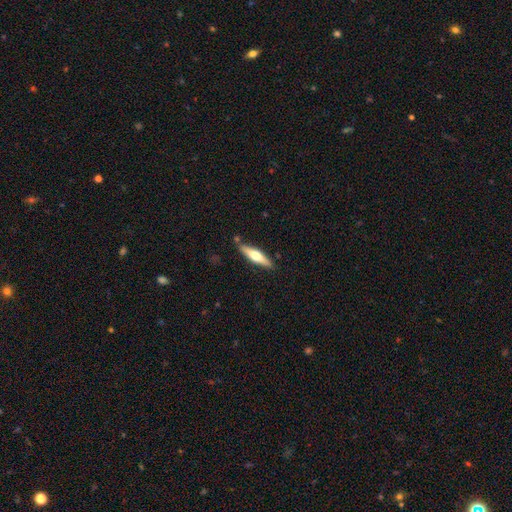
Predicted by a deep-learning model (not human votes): smooth_or_featured: featured or disk (p=0.48) [alt: smooth p=0.47]
merging: none (p=0.84) [alt: minor disturbance p=0.10]